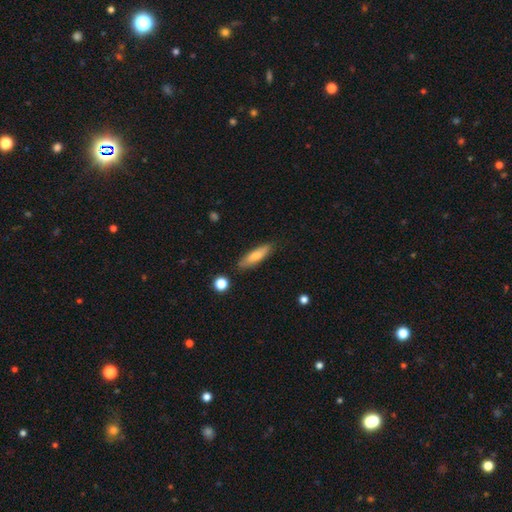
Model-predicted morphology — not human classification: This is likely a smooth galaxy (73%). How rounded: likely cigar-shaped (60%). Merging: clearly none (82%).